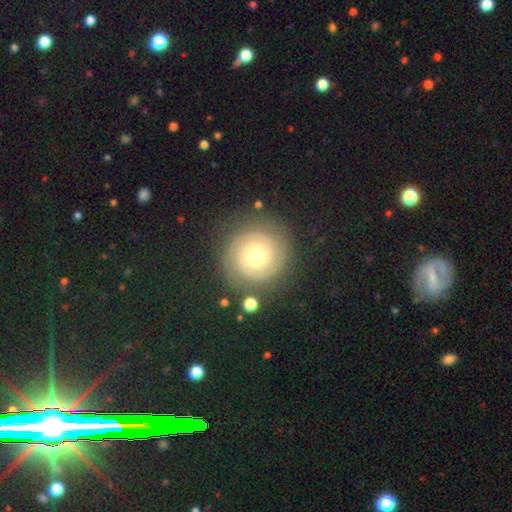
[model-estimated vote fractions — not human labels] Smooth or featured? Predicted: featured or disk (p=0.73). Edge-on disk? Predicted: no (p=0.98). Bar? Predicted: no (p=0.78). Spiral arms? Predicted: yes (p=0.92). Spiral winding? Predicted: tight (p=0.77). Spiral arm count? Predicted: 2 (p=0.77). Bulge size? Predicted: moderate (p=0.73). Merging? Predicted: none (p=0.82).